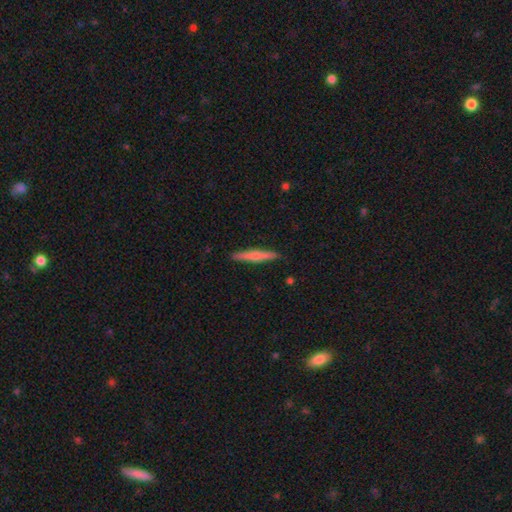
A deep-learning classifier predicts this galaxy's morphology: Smooth or featured: smooth — 57% (featured or disk — 37%)
How rounded: cigar-shaped — 95% (in between — 4%)
Merging: none — 90% (minor disturbance — 7%)